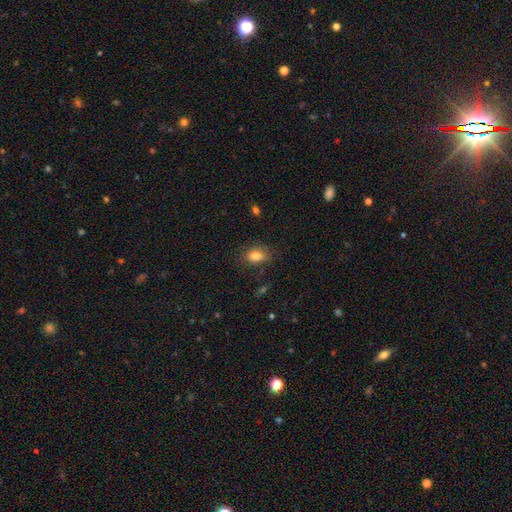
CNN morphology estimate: A smooth galaxy with no disk features (81%) that is in between round and cigar-shaped (81%).

Vote fractions:
- Smooth or featured? smooth: 81% / featured or disk: 10% / star or artifact: 10%
- How rounded? in between: 81% / round: 16% / cigar-shaped: 2%
- Merging? none: 78% / minor disturbance: 16% / major disturbance: 4% / merger: 2%